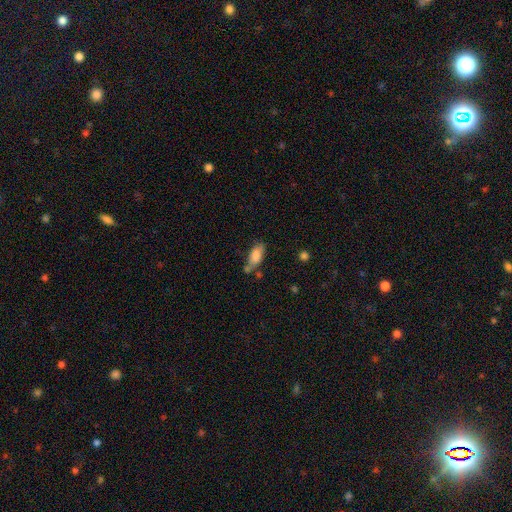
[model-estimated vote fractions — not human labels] Smooth or featured?
  - smooth: 81% *
  - featured or disk: 11%
  - star or artifact: 8%
How rounded?
  - in between: 86% *
  - cigar-shaped: 12%
  - round: 3%
Merging?
  - none: 49% *
  - minor disturbance: 24%
  - merger: 18%
  - major disturbance: 9%